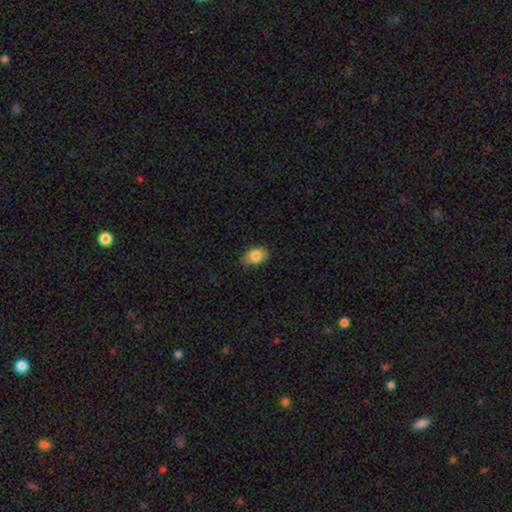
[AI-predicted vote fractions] smooth-or-featured: smooth: 84% | featured or disk: 8% | star or artifact: 8%
  how-rounded: in between: 84% | round: 15% | cigar-shaped: 1%
  merging: none: 83% | minor disturbance: 13% | major disturbance: 2% | merger: 1%